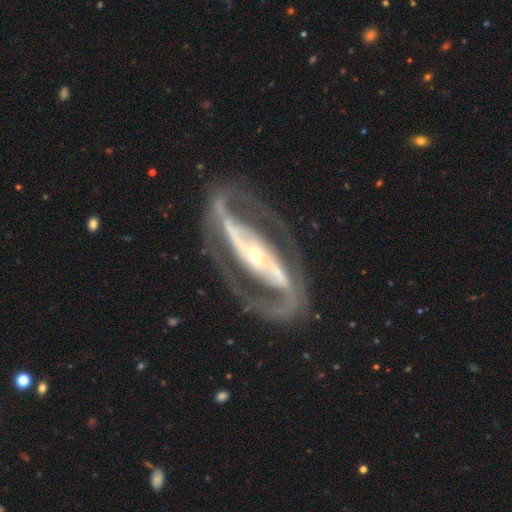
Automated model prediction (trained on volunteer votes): smooth-or-featured: featured or disk: 91% | star or artifact: 5% | smooth: 4%
  disk-edge-on: no: 93% | yes: 7%
    bar: strong: 66% | no: 18% | weak: 16%
    has-spiral-arms: yes: 93% | no: 7%
      spiral-winding: medium: 53% | tight: 27% | loose: 20%
      spiral-arm-count: 2: 92% | can't tell: 3% | 1: 2% | 3: 1% | 4: 1% | more than 4: 1%
    bulge-size: small: 63% | moderate: 31% | large: 4% | dominant: 1% | none: 1%
  merging: none: 78% | minor disturbance: 12% | major disturbance: 9% | merger: 2%